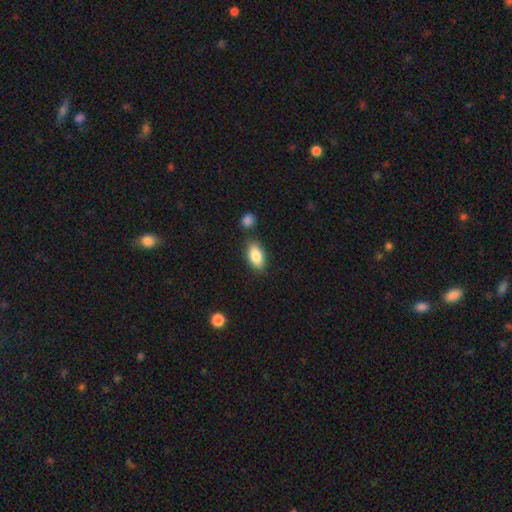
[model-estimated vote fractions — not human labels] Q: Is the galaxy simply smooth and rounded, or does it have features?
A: smooth — 83%.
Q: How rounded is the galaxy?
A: in between — 90%.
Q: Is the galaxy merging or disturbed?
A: none — 80%.